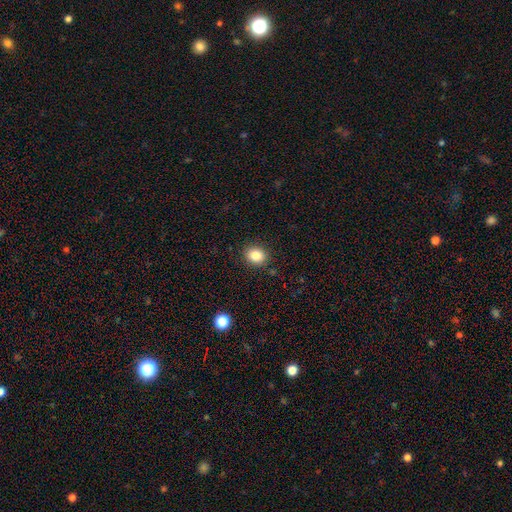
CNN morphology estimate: Smooth or featured?
  - smooth: 85% *
  - star or artifact: 10%
  - featured or disk: 5%
How rounded?
  - round: 62% *
  - in between: 37%
  - cigar-shaped: 1%
Merging?
  - none: 89% *
  - minor disturbance: 8%
  - major disturbance: 2%
  - merger: 1%